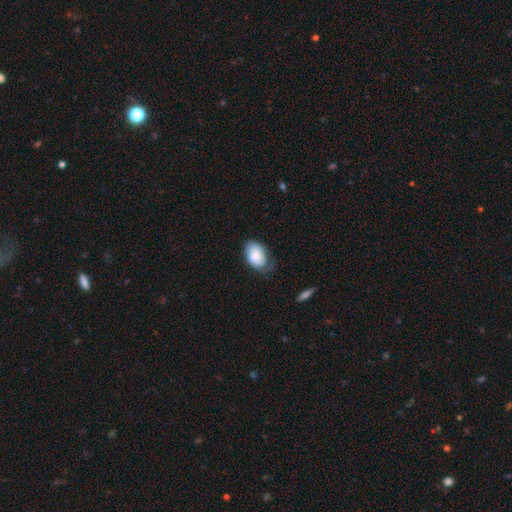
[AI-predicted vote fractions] smooth-or-featured: smooth: 72% | featured or disk: 21% | star or artifact: 6%
  how-rounded: in between: 86% | round: 13% | cigar-shaped: 1%
  merging: none: 55% | minor disturbance: 33% | major disturbance: 11% | merger: 2%